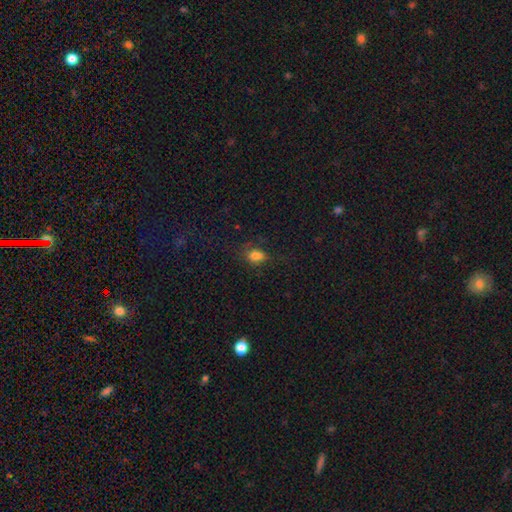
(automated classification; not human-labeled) This appears to be a smooth galaxy with no disk features (76%) that is in between round and cigar-shaped (74%). Merging: none (63%).